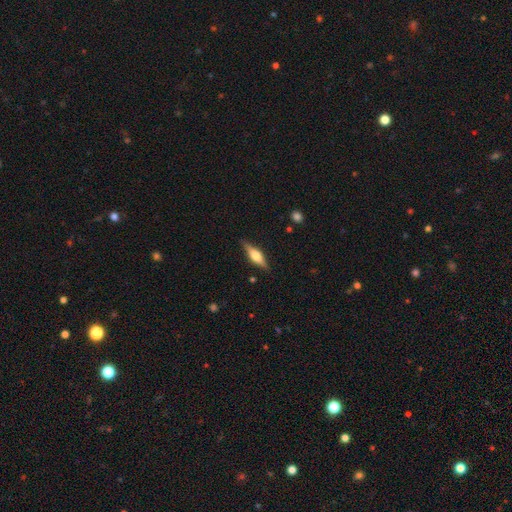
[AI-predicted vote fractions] smooth_or_featured: featured or disk (p=0.61) [alt: smooth p=0.32]
disk_edge_on: yes (p=0.95) [alt: no p=0.05]
edge_on_bulge: rounded (p=0.86) [alt: boxy p=0.12]
merging: none (p=0.86) [alt: minor disturbance p=0.10]